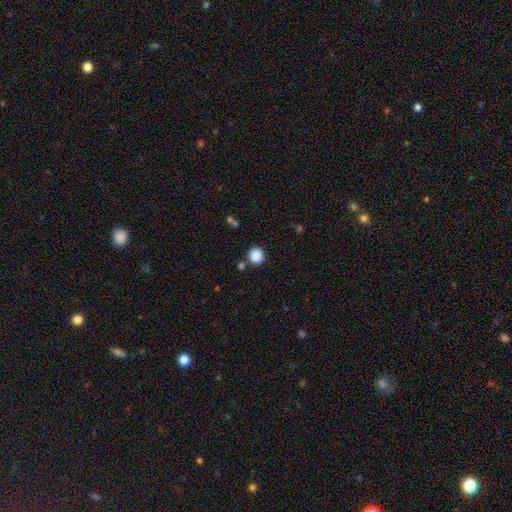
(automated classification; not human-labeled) Smooth or featured? Predicted: smooth (p=0.87). How rounded? Predicted: round (p=0.89). Merging? Predicted: none (p=0.83).